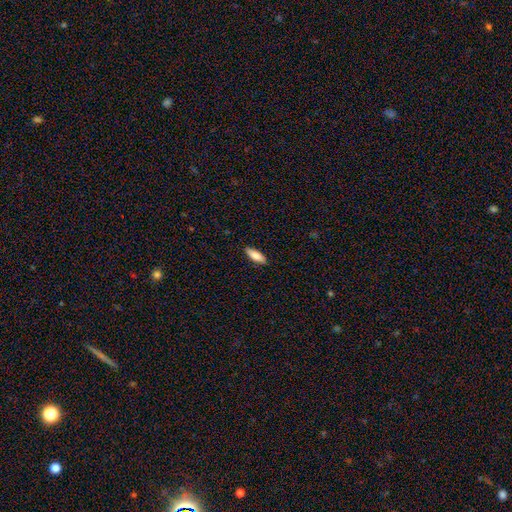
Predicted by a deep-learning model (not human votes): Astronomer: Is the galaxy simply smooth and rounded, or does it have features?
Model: smooth — 82%.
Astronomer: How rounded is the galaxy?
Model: in between — 69%.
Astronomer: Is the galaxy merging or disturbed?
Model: none — 88%.